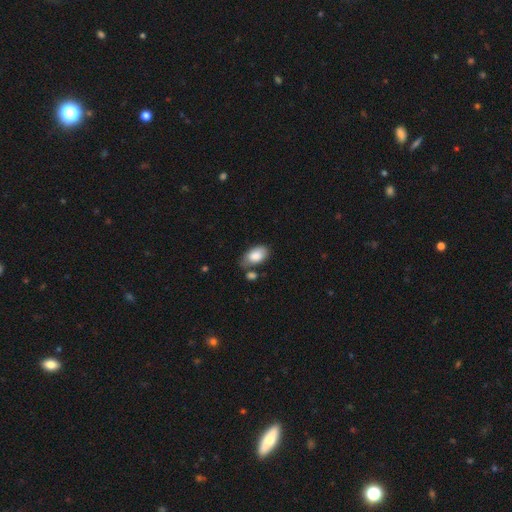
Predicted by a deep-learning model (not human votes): Q: Smooth or featured?
A: smooth (86%); runner-up: featured or disk (8%)
Q: How rounded?
A: in between (94%); runner-up: round (5%)
Q: Merging?
A: none (59%); runner-up: minor disturbance (20%)